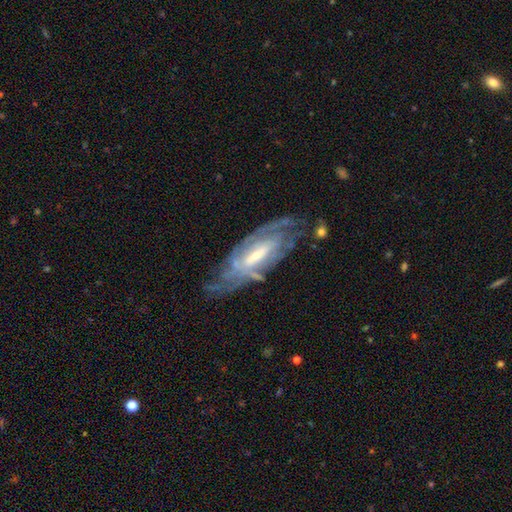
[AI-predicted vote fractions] The model was most divided on "bulge size": small: 46%, moderate: 41%, large: 7%, none: 4%, dominant: 1%. Remaining: spiral arms — yes (88%); edge-on disk — no (86%); smooth or featured — featured or disk (84%); merging — none (63%); spiral winding — tight (58%); spiral arm count — can't tell (51%); bar — weak (43%).